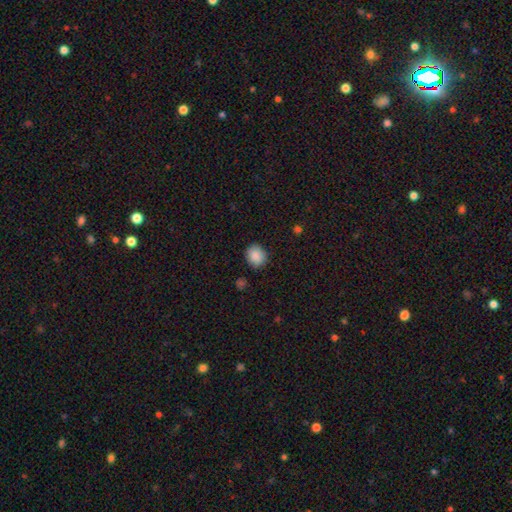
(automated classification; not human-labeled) smooth 88%, star or artifact 8%, featured or disk 3%. Down the decision tree: how rounded — round (66%); merging — none (85%).